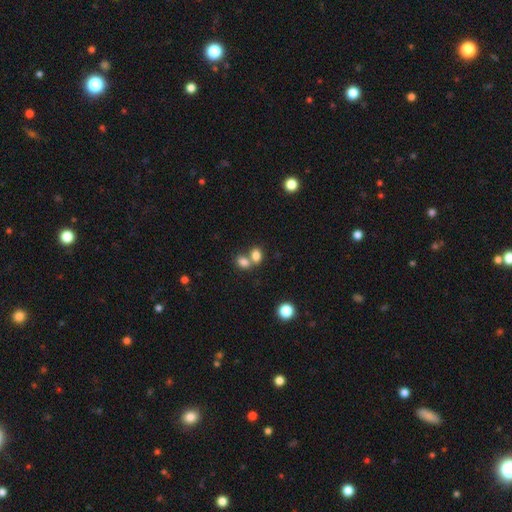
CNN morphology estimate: This appears to be a smooth galaxy with no disk features (81%) that is in between round and cigar-shaped (71%). Merging: merger (56%).